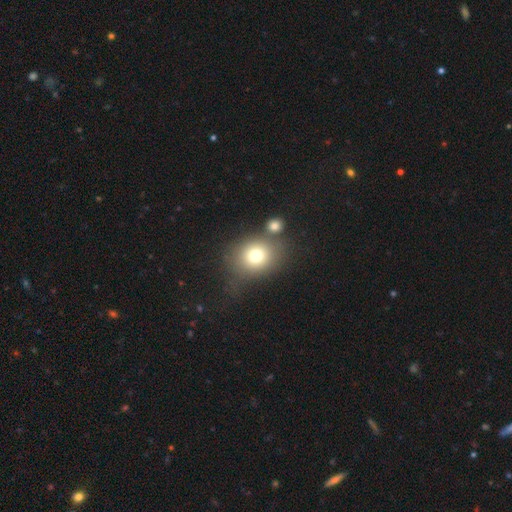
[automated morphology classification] Smooth or featured: smooth — 74% (featured or disk — 14%)
How rounded: round — 60% (in between — 39%)
Merging: none — 55% (merger — 20%)